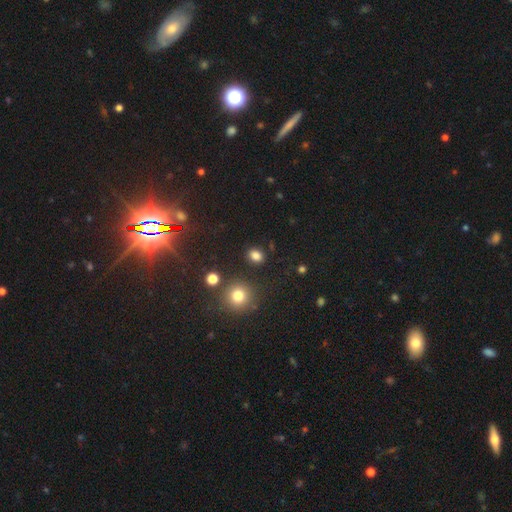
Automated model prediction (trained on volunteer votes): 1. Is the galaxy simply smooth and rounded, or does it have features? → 82% smooth, 14% star or artifact, 5% featured or disk.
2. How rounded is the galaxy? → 54% in between, 45% round, 1% cigar-shaped.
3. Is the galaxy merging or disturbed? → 86% none, 8% minor disturbance, 3% major disturbance, 3% merger.